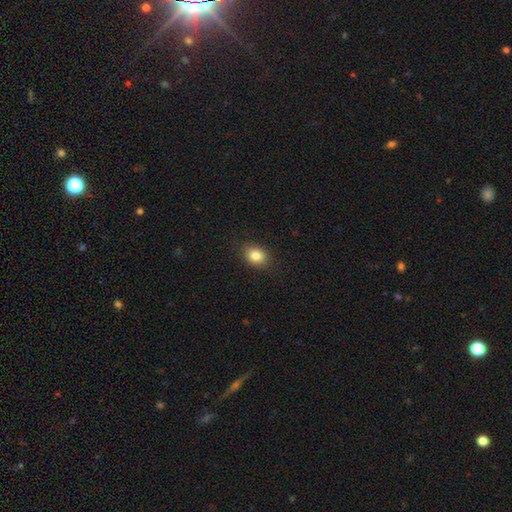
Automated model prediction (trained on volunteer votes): Morphology: type=smooth (83%); roundness=in between (54%); merging=none (87%).